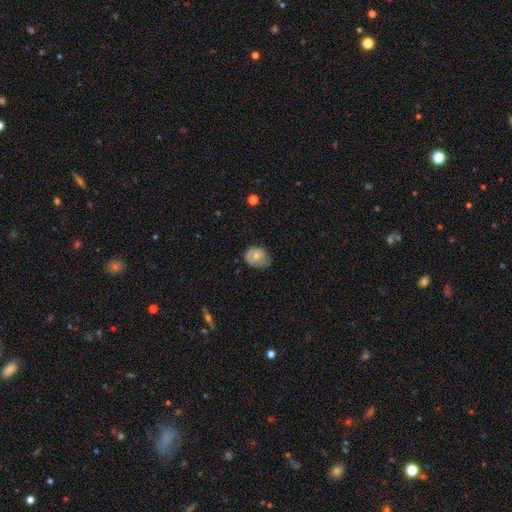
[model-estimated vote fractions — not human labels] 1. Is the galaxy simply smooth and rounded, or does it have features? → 70% smooth, 21% featured or disk, 8% star or artifact.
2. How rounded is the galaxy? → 51% in between, 48% round, 1% cigar-shaped.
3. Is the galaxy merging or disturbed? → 49% none, 38% minor disturbance, 11% major disturbance, 2% merger.